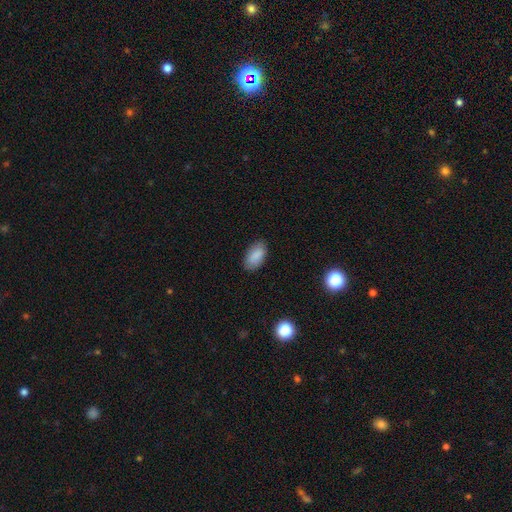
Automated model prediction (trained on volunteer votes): A smooth galaxy with no disk features (87%) that is in between round and cigar-shaped (94%). Merging: none (84%).